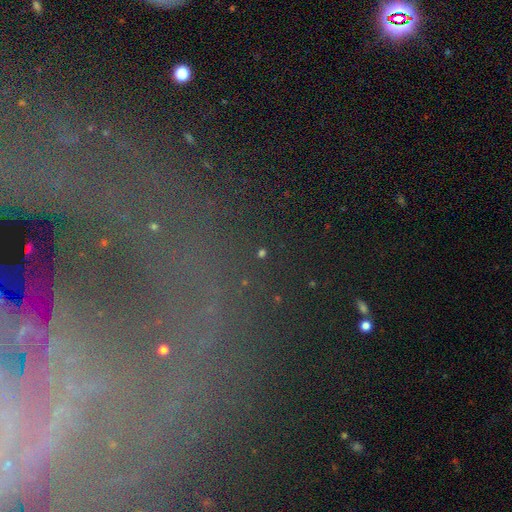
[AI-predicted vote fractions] A star or artifact, not a galaxy (45%).